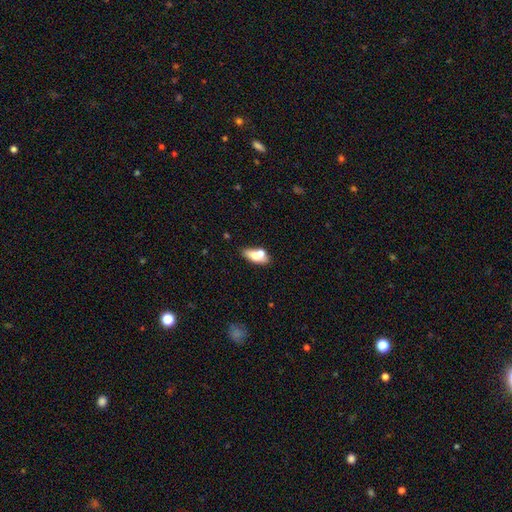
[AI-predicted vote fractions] Smooth or featured?
  - smooth: 65% *
  - featured or disk: 28%
  - star or artifact: 7%
How rounded?
  - in between: 80% *
  - cigar-shaped: 14%
  - round: 7%
Merging?
  - none: 45% *
  - merger: 37%
  - minor disturbance: 13%
  - major disturbance: 5%